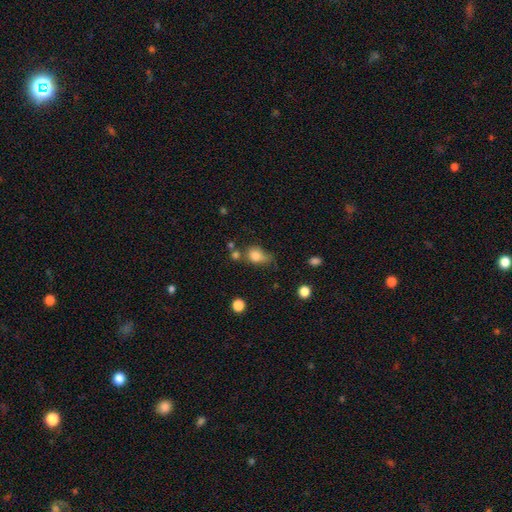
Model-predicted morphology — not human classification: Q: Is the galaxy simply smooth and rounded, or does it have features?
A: smooth — 79%.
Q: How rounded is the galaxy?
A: in between — 57%.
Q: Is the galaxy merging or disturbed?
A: none — 39%.